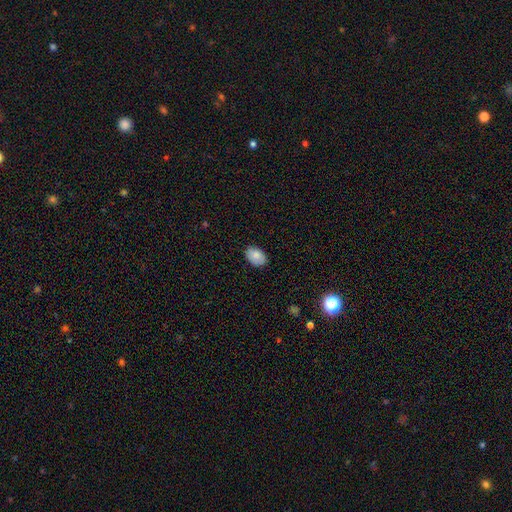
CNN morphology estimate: Smooth or featured? smooth (84%)
How rounded? in between (86%)
Merging? none (84%)